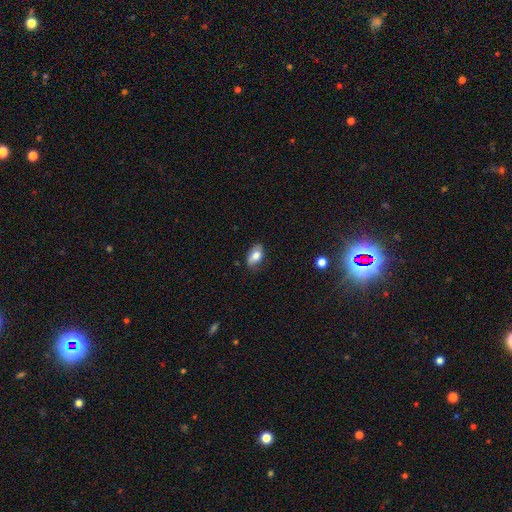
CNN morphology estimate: This is likely a smooth galaxy (73%). How rounded: clearly in between (90%). Merging: likely none (73%).